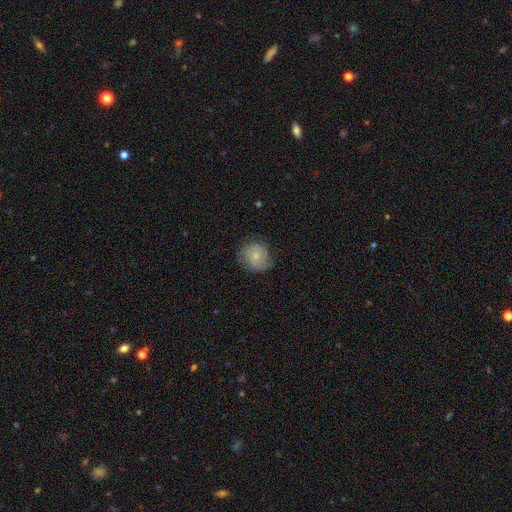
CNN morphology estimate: This is likely a smooth galaxy (66%). How rounded: clearly round (85%). Merging: likely none (68%).